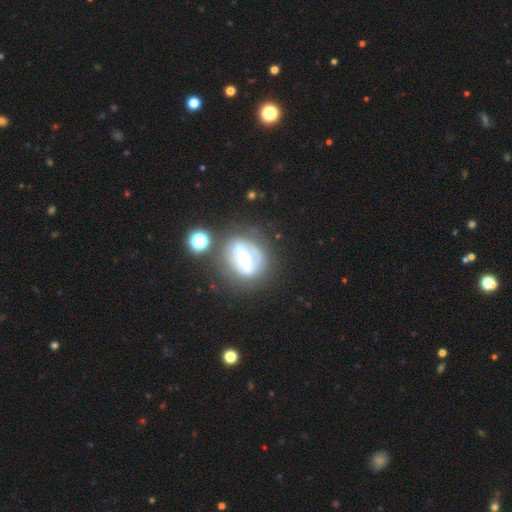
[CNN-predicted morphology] Smooth or featured: featured or disk — 59% (smooth — 23%)
Edge-on disk: no — 76% (yes — 24%)
Merging: none — 61% (minor disturbance — 16%)